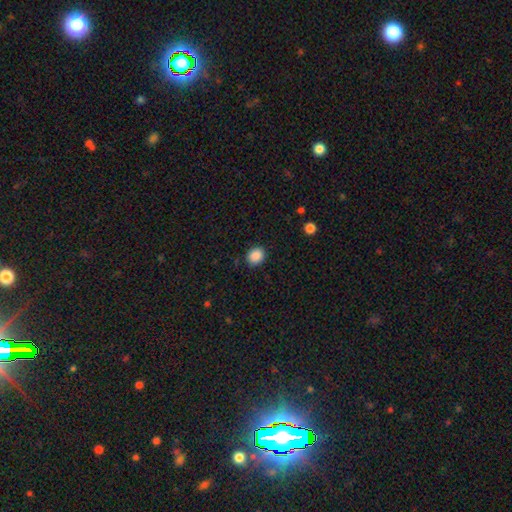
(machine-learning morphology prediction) Smooth or featured? Predicted: smooth (p=0.88). How rounded? Predicted: round (p=0.61). Merging? Predicted: none (p=0.88).